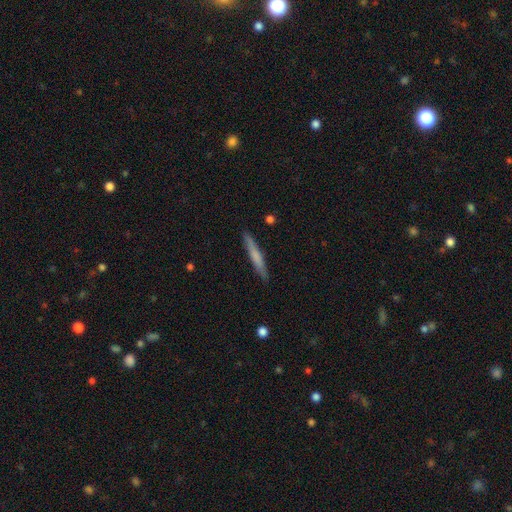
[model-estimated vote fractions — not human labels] Smooth or featured: smooth — 61% (featured or disk — 33%)
How rounded: cigar-shaped — 95% (in between — 3%)
Merging: none — 89% (minor disturbance — 8%)